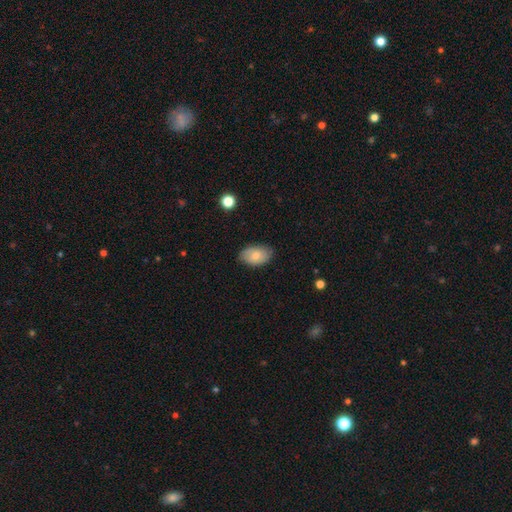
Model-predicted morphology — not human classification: This is likely a smooth galaxy (76%). How rounded: clearly in between (91%). Merging: likely none (79%).